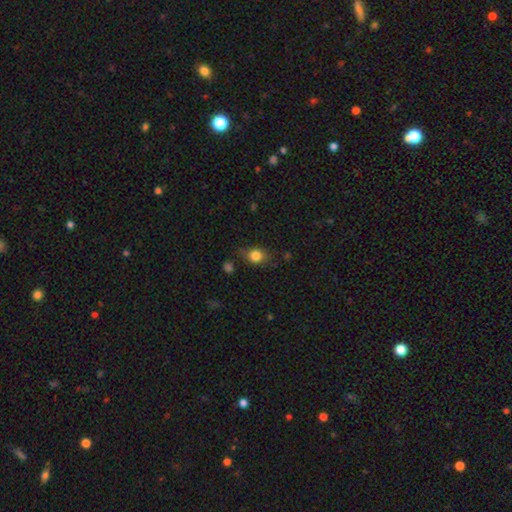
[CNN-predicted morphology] smooth_or_featured: smooth (p=0.81) [alt: star or artifact p=0.10]
how_rounded: round (p=0.50) [alt: in between p=0.48]
merging: none (p=0.70) [alt: minor disturbance p=0.22]